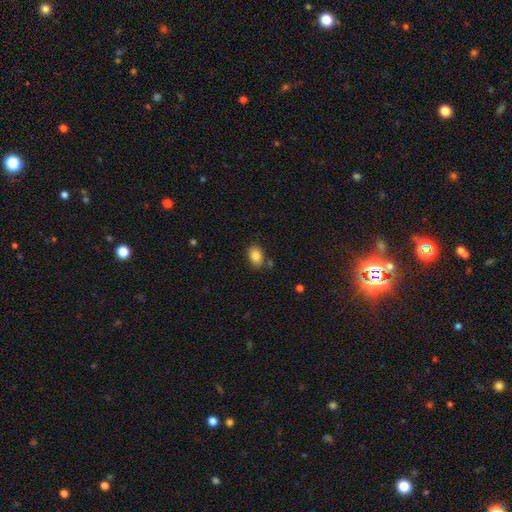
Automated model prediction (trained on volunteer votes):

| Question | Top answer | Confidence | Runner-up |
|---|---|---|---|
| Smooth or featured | smooth | 84% | star or artifact (9%) |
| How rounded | in between | 79% | round (20%) |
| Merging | none | 80% | minor disturbance (12%) |